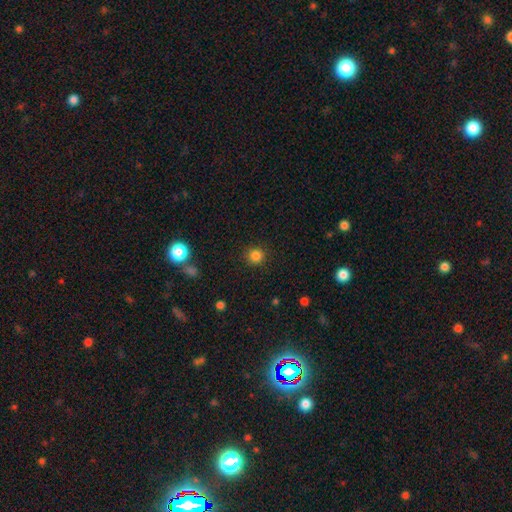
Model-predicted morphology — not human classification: Q: Smooth or featured?
A: smooth (83%); runner-up: star or artifact (13%)
Q: How rounded?
A: round (93%); runner-up: in between (6%)
Q: Merging?
A: none (91%); runner-up: minor disturbance (6%)